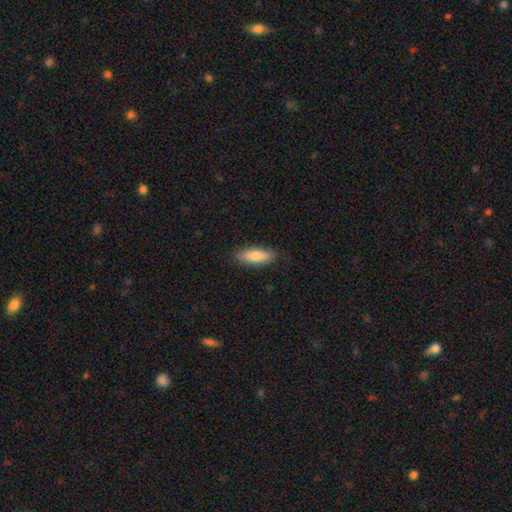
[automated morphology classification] Q: Smooth or featured?
A: smooth (78%); runner-up: featured or disk (16%)
Q: How rounded?
A: in between (64%); runner-up: cigar-shaped (33%)
Q: Merging?
A: none (87%); runner-up: minor disturbance (10%)